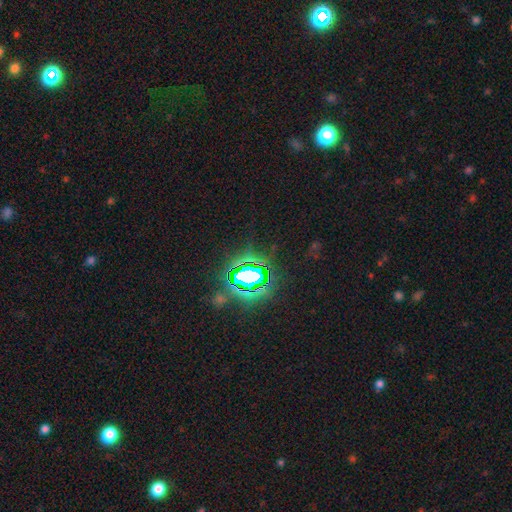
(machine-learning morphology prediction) Overall: star or artifact (80%).